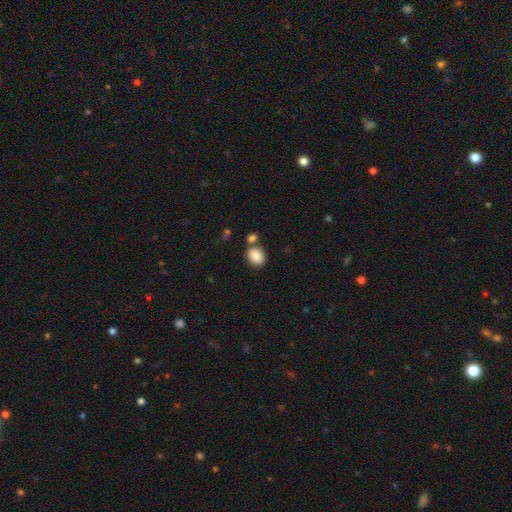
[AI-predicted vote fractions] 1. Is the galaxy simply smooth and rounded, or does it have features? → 87% smooth, 8% star or artifact, 5% featured or disk.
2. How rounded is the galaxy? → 59% in between, 40% round, 1% cigar-shaped.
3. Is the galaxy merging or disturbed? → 63% none, 20% merger, 12% minor disturbance, 4% major disturbance.